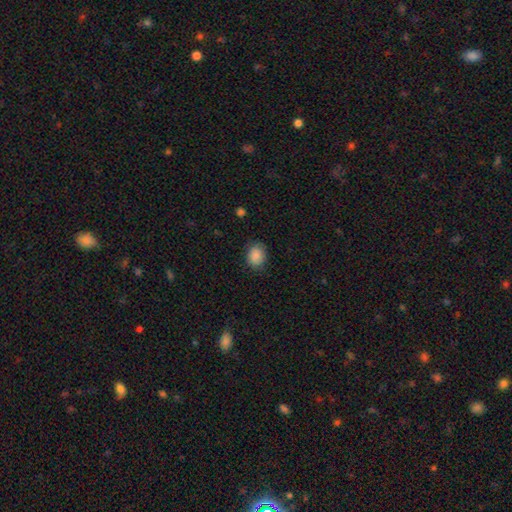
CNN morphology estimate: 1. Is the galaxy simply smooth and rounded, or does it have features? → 88% smooth, 8% star or artifact, 5% featured or disk.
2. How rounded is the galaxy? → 58% in between, 41% round, 1% cigar-shaped.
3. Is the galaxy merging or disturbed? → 81% none, 15% minor disturbance, 3% major disturbance, 1% merger.